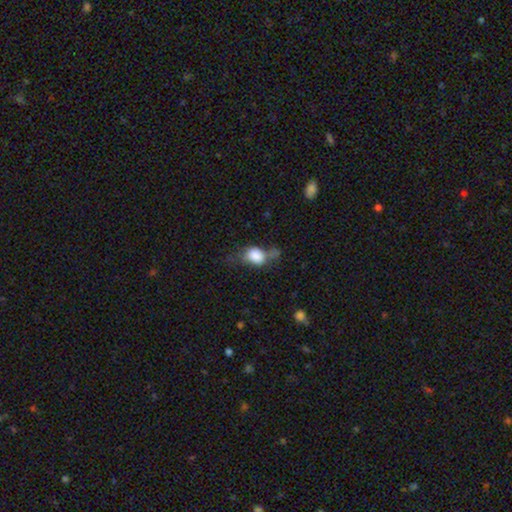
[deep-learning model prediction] A smooth galaxy with no disk features (78%) that is in between round and cigar-shaped (61%).

Vote fractions:
- Smooth or featured? smooth: 78% / featured or disk: 14% / star or artifact: 9%
- How rounded? in between: 61% / round: 37% / cigar-shaped: 2%
- Merging? none: 33% / minor disturbance: 29% / major disturbance: 24% / merger: 14%